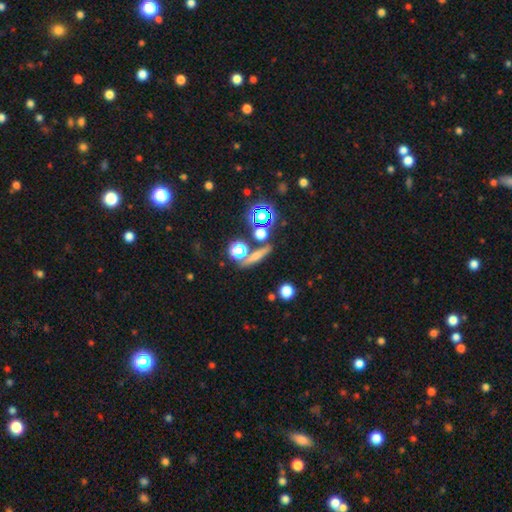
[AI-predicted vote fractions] Smooth or featured: smooth — 51% (featured or disk — 26%)
How rounded: cigar-shaped — 58% (round — 25%)
Merging: none — 71% (merger — 14%)